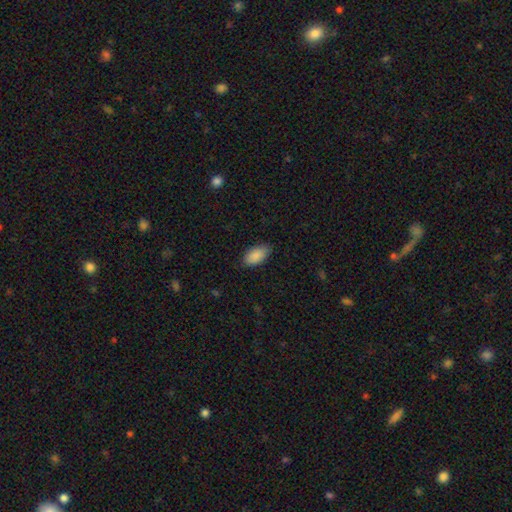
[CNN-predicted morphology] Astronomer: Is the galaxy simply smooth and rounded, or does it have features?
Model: smooth — 89%.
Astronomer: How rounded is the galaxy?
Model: in between — 94%.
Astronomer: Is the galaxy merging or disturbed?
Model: none — 82%.